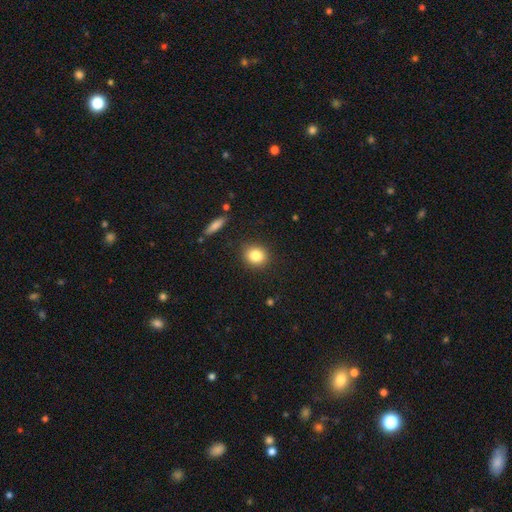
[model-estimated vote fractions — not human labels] Smooth or featured: smooth — 83% (star or artifact — 10%)
How rounded: round — 73% (in between — 26%)
Merging: none — 89% (minor disturbance — 8%)